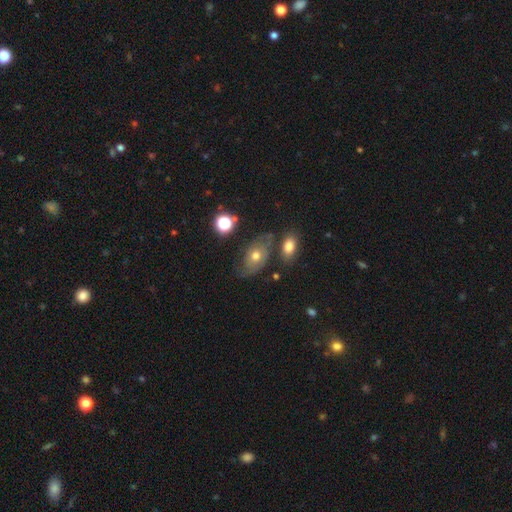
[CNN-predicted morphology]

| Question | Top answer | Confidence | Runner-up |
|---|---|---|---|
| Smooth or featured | smooth | 47% | featured or disk (40%) |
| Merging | none | 59% | minor disturbance (22%) |